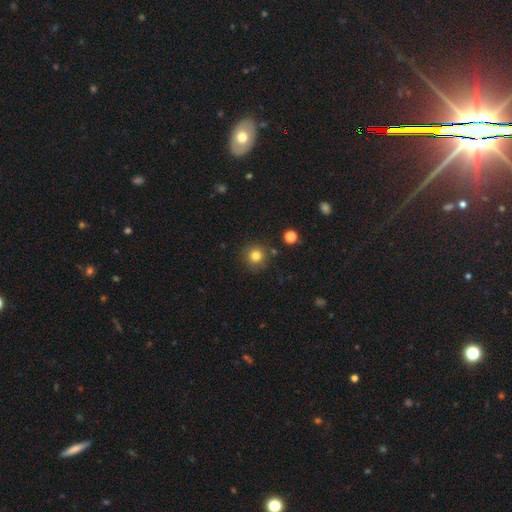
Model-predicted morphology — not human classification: smooth 81%, star or artifact 12%, featured or disk 6%. Down the decision tree: how rounded — round (93%); merging — none (84%).